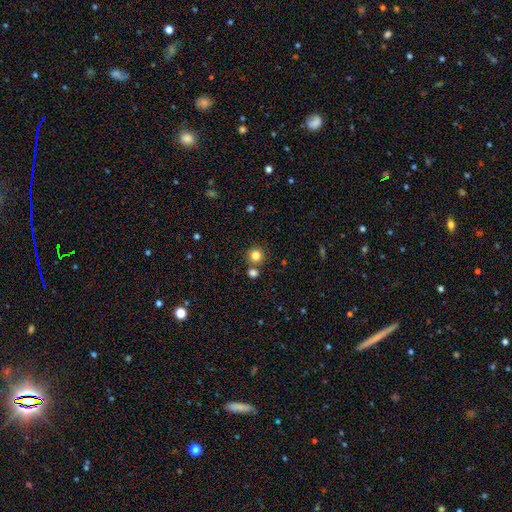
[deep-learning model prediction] Smooth or featured?
  - smooth: 82% *
  - star or artifact: 12%
  - featured or disk: 5%
How rounded?
  - round: 93% *
  - in between: 6%
  - cigar-shaped: 1%
Merging?
  - none: 77% *
  - merger: 13%
  - minor disturbance: 7%
  - major disturbance: 3%